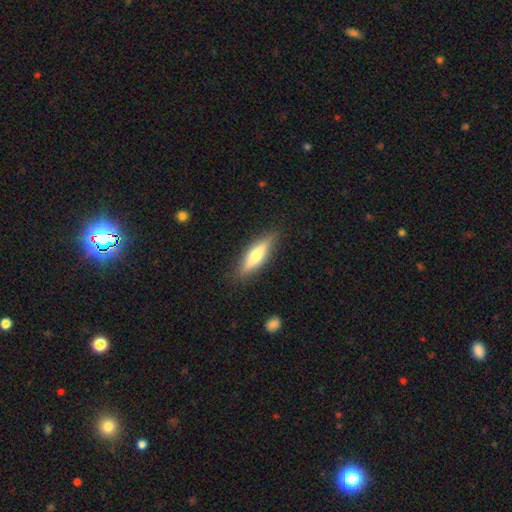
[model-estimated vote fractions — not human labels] smooth 50%, featured or disk 43%, star or artifact 6%. Down the decision tree: how rounded — cigar-shaped (69%); merging — none (87%).